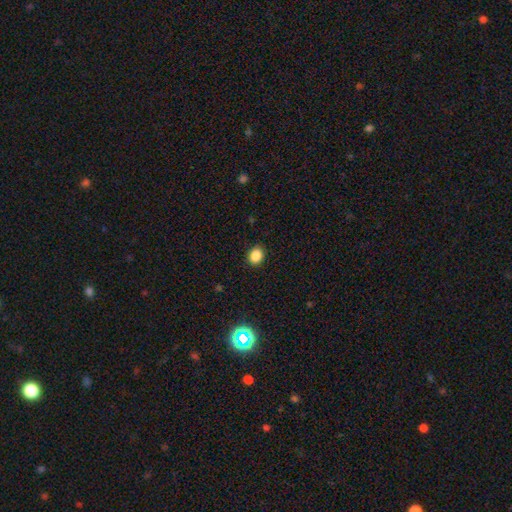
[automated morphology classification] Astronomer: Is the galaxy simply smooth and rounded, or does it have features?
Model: smooth — 86%.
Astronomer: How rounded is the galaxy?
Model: round — 58% (runner-up: in between, 41%).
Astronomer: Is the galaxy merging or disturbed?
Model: none — 89%.